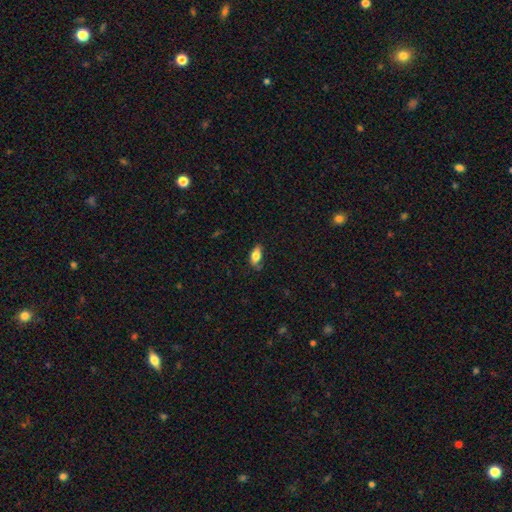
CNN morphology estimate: smooth-or-featured: smooth: 75% | featured or disk: 17% | star or artifact: 8%
  how-rounded: in between: 86% | cigar-shaped: 10% | round: 4%
  merging: none: 69% | minor disturbance: 24% | major disturbance: 5% | merger: 2%